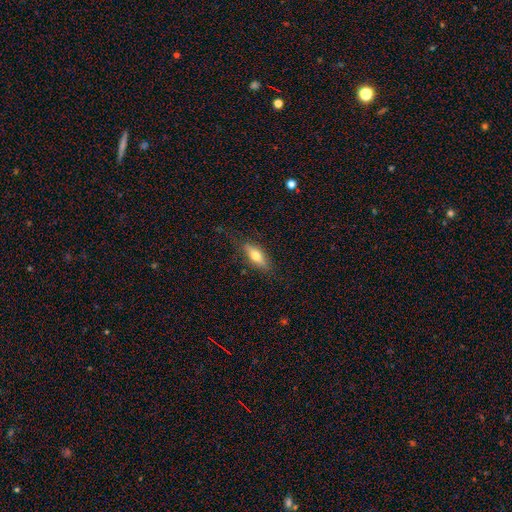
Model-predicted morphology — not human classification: The model was most divided on "how rounded": in between: 55%, cigar-shaped: 42%, round: 3%. More confident: merging — none (79%); smooth or featured — smooth (57%).